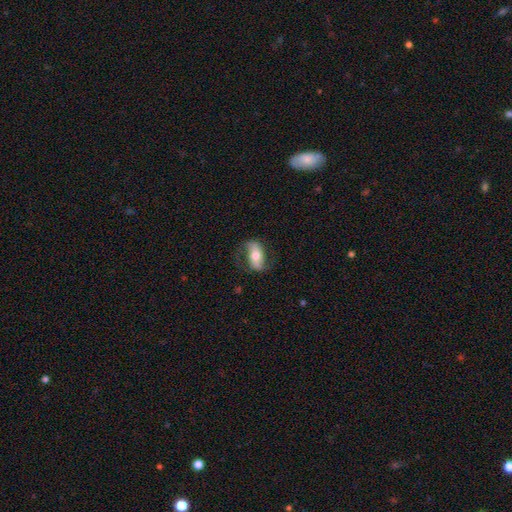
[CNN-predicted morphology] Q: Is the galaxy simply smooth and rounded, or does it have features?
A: featured or disk — 52%.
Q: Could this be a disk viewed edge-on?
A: no — 89%.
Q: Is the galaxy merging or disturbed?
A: none — 68%.